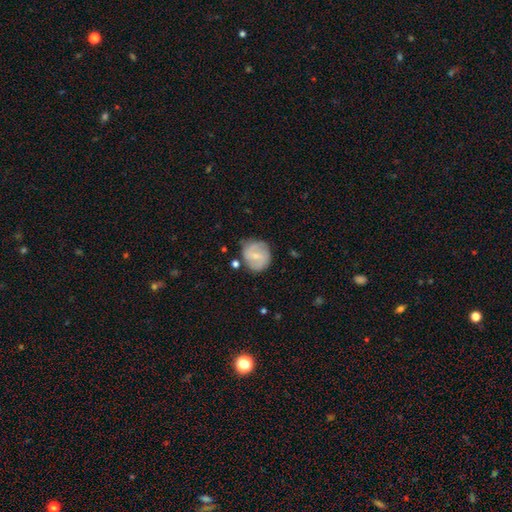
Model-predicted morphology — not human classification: Smooth or featured? Predicted: featured or disk (p=0.52). Edge-on disk? Predicted: no (p=0.97). Bar? Predicted: weak (p=0.53). Spiral arms? Predicted: yes (p=0.73). Bulge size? Predicted: small (p=0.66). Merging? Predicted: none (p=0.66).